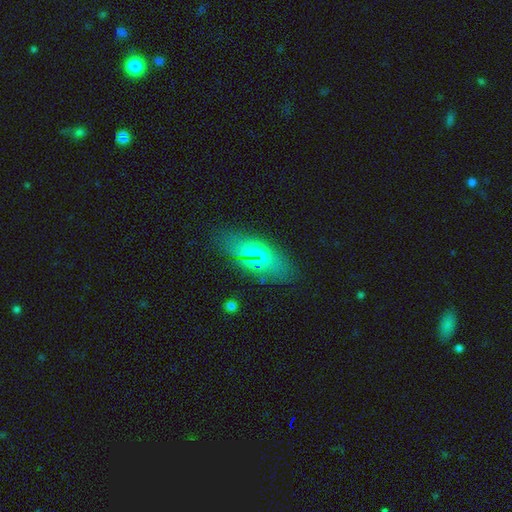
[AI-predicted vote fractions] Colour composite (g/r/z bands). It shows a smooth galaxy with no disk features (59%) that is in between round and cigar-shaped (83%). Merging: none (85%).